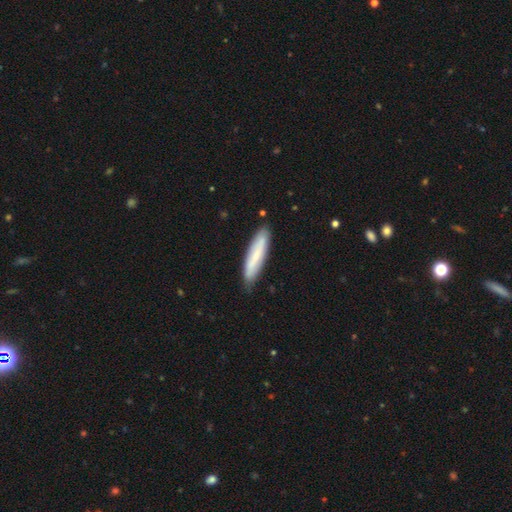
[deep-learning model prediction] This is likely a smooth galaxy (61%). How rounded: likely cigar-shaped (80%). Merging: clearly none (84%).